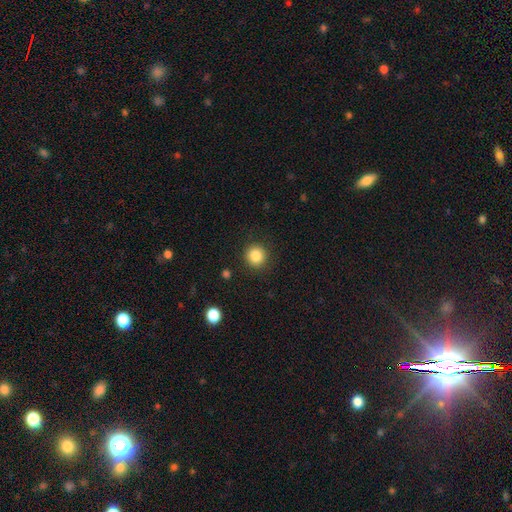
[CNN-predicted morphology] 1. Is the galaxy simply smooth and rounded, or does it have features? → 85% smooth, 10% star or artifact, 5% featured or disk.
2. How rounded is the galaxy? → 93% round, 6% in between, 1% cigar-shaped.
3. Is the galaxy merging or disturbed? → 90% none, 6% minor disturbance, 2% major disturbance, 1% merger.